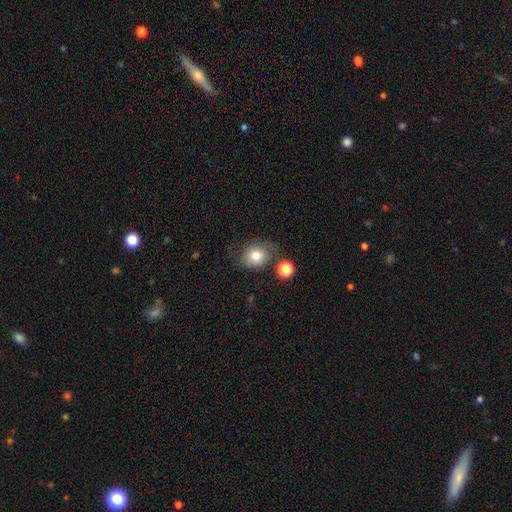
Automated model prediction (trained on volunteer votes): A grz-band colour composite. It shows a smooth galaxy with no disk features (78%) that is round (64%). Merging: none (64%).